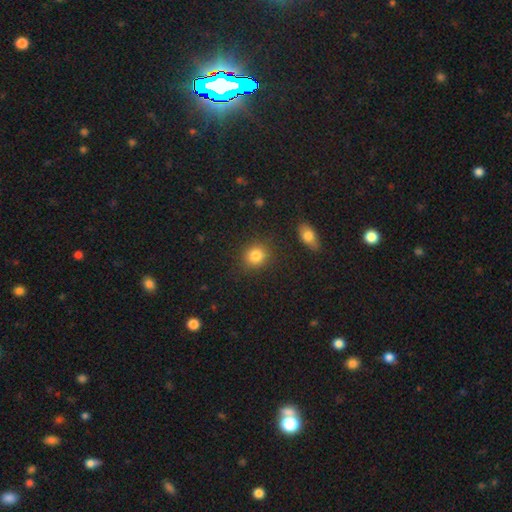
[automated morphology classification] This is clearly a smooth galaxy (85%). How rounded: likely round (78%). Merging: clearly none (85%).